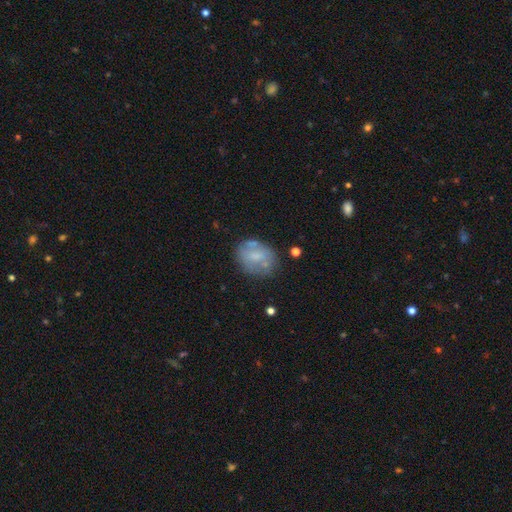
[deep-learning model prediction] A smooth galaxy with no disk features (53%) that is in between round and cigar-shaped (55%).

Vote fractions:
- Smooth or featured? smooth: 53% / featured or disk: 38% / star or artifact: 9%
- How rounded? in between: 55% / round: 44% / cigar-shaped: 1%
- Merging? none: 58% / minor disturbance: 23% / major disturbance: 10% / merger: 8%